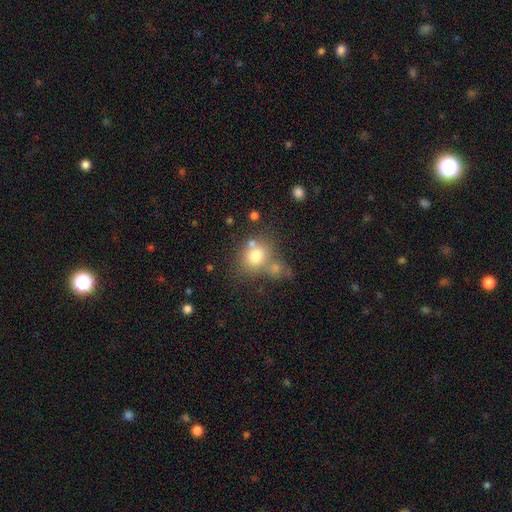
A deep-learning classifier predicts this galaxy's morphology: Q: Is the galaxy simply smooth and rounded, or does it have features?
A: smooth — 73%.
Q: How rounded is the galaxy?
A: round — 66%.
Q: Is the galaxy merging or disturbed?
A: none — 46%.